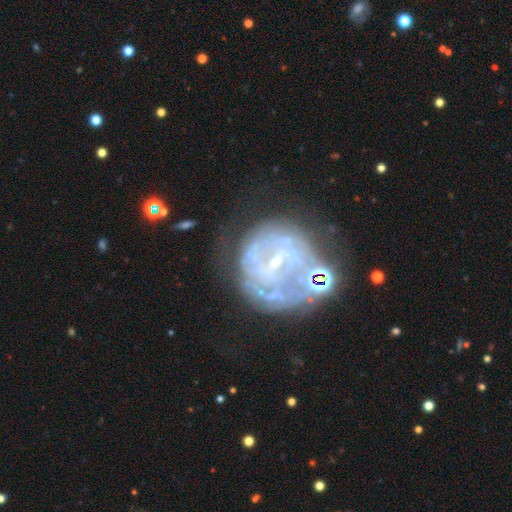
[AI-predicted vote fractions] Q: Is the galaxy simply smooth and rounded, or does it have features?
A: featured or disk — 75%.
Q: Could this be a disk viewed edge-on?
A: no — 98%.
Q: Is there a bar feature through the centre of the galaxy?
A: no — 59%.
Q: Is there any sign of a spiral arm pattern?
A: yes — 60%.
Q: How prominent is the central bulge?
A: small — 79%.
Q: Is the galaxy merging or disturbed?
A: none — 47%.